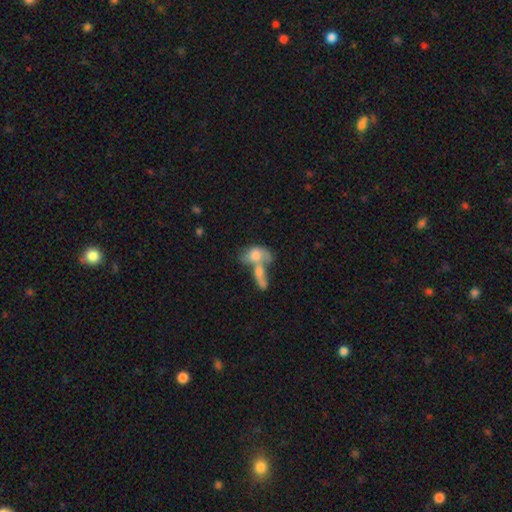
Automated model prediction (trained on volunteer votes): Smooth or featured? smooth (62%)
How rounded? in between (80%)
Merging? merger (71%)